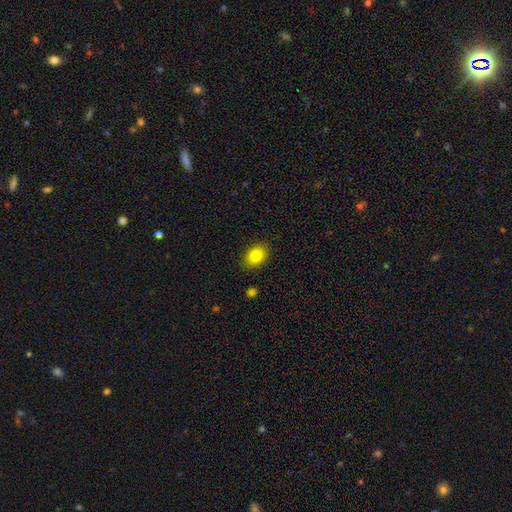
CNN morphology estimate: smooth-or-featured: smooth: 83% | star or artifact: 9% | featured or disk: 8%
  how-rounded: in between: 72% | round: 26% | cigar-shaped: 1%
  merging: none: 87% | minor disturbance: 10% | major disturbance: 2% | merger: 1%